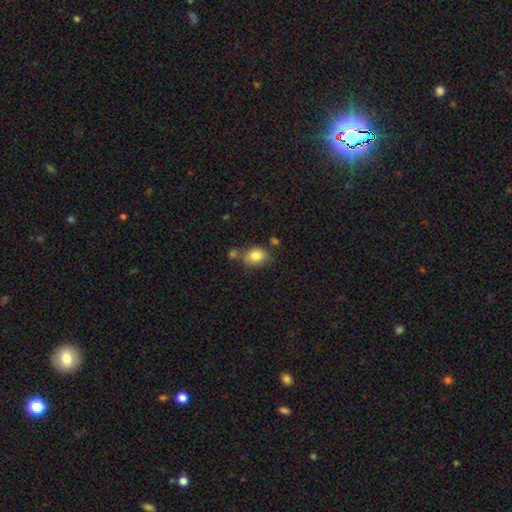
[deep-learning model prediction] Smooth or featured: smooth — 83% (star or artifact — 9%)
How rounded: in between — 58% (round — 41%)
Merging: none — 65% (minor disturbance — 17%)